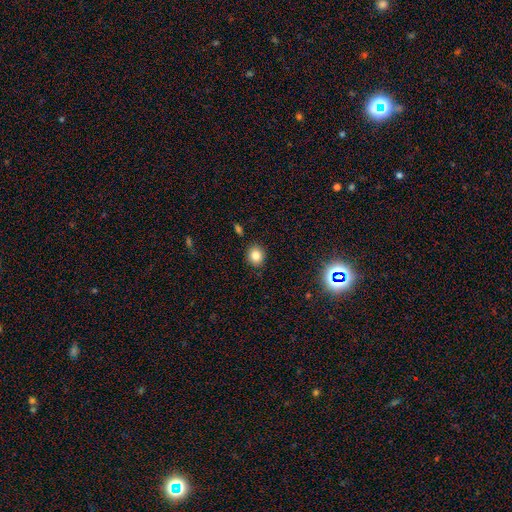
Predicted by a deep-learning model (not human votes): Q: Smooth or featured?
A: smooth (83%); runner-up: star or artifact (10%)
Q: How rounded?
A: round (71%); runner-up: in between (28%)
Q: Merging?
A: none (88%); runner-up: minor disturbance (8%)